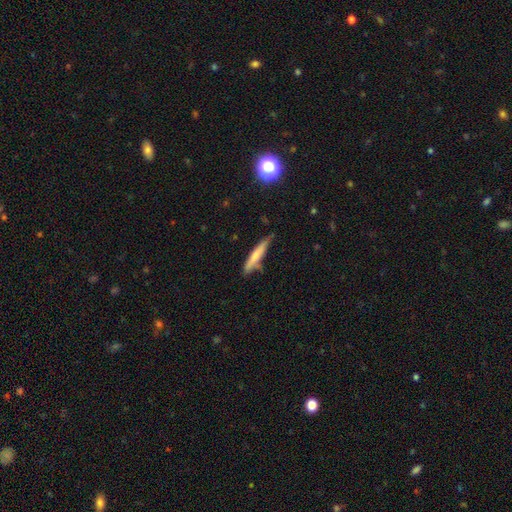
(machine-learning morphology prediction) Smooth or featured? Predicted: smooth (p=0.64). How rounded? Predicted: cigar-shaped (p=0.90). Merging? Predicted: none (p=0.66).